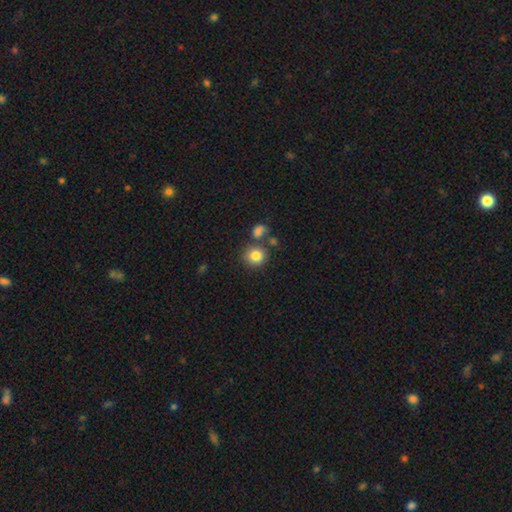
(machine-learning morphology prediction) type=smooth (83%); roundness=round (85%); merging=none (69%).